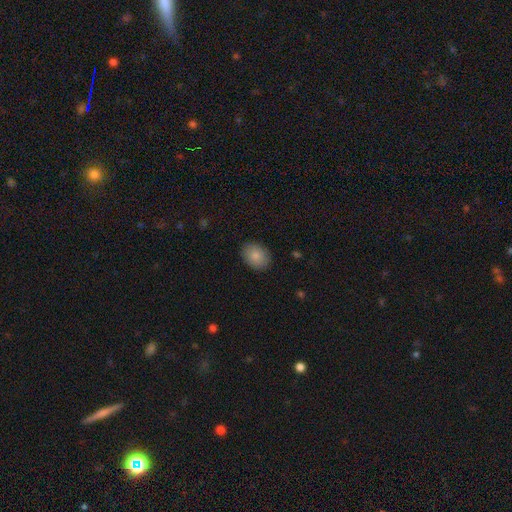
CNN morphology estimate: This is clearly a smooth galaxy (85%). How rounded: likely in between (66%). Merging: clearly none (88%).